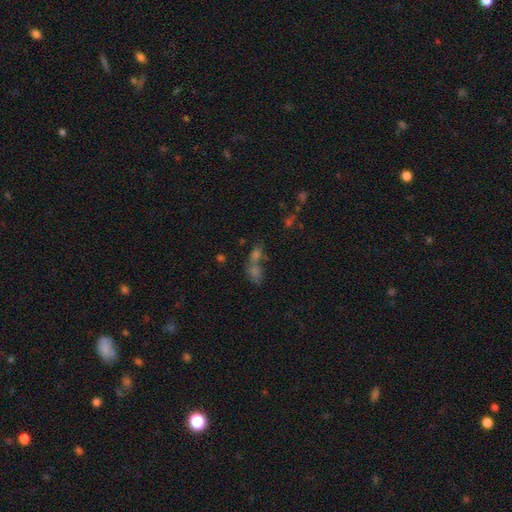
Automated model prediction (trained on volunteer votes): Smooth or featured?
  - smooth: 51% *
  - star or artifact: 31%
  - featured or disk: 17%
How rounded?
  - in between: 60% *
  - round: 33%
  - cigar-shaped: 7%
Merging?
  - merger: 52% *
  - none: 34%
  - minor disturbance: 8%
  - major disturbance: 6%